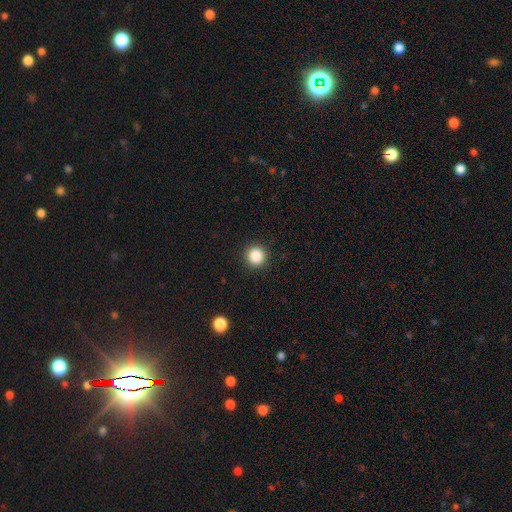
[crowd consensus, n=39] smooth 95%, featured or disk 3%, star or artifact 3%. Down the decision tree: how rounded — round (89%); merging — none (87%).